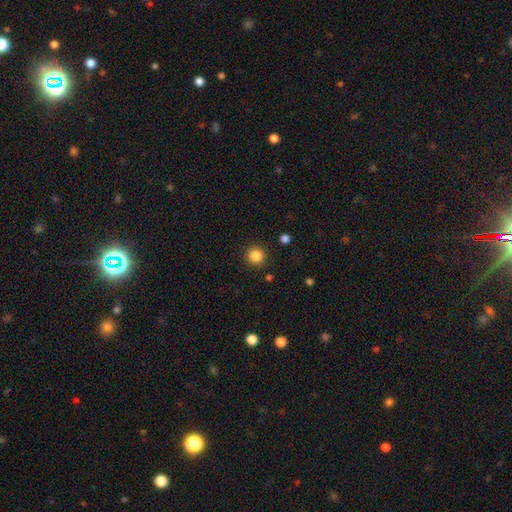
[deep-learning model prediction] This appears to be a smooth galaxy with no disk features (85%) that is round (94%). Merging: none (90%).